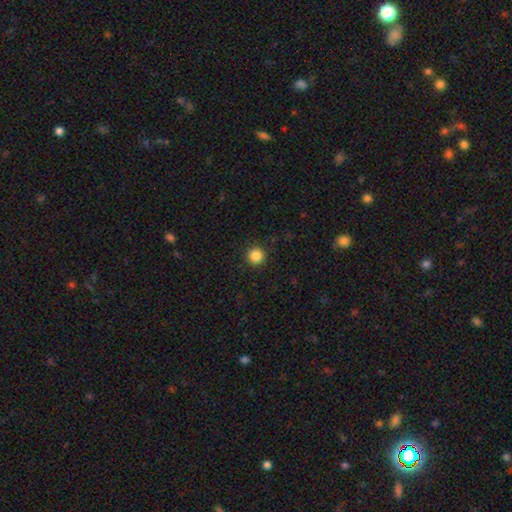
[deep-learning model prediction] The model was most divided on "smooth or featured": smooth: 86%, star or artifact: 11%, featured or disk: 3%. More confident: how rounded — round (96%); merging — none (92%).